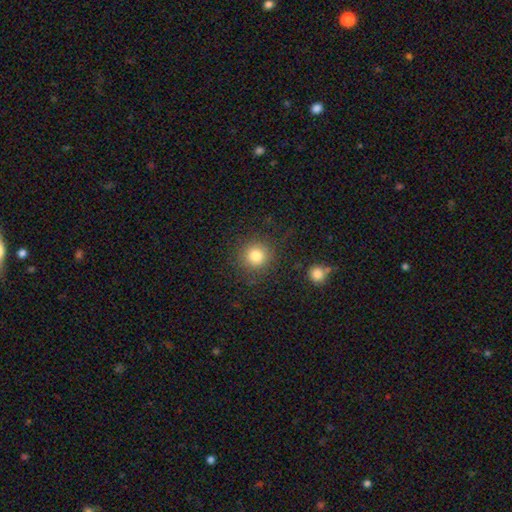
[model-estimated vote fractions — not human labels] A smooth galaxy with no disk features (82%) that is round (92%). Merging: none (86%).